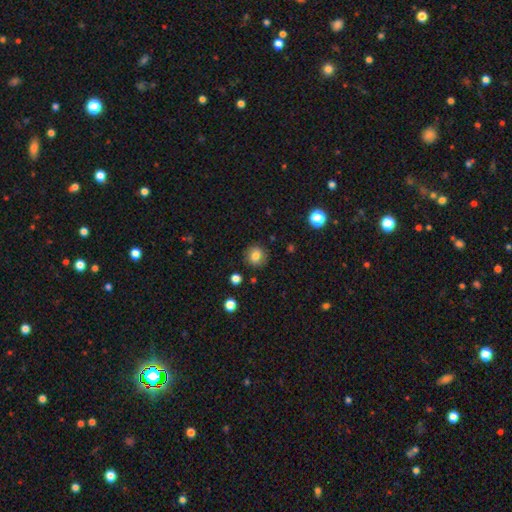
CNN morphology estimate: The model was most divided on "smooth or featured": smooth: 80%, star or artifact: 11%, featured or disk: 9%. More confident: how rounded — round (88%); merging — none (88%).